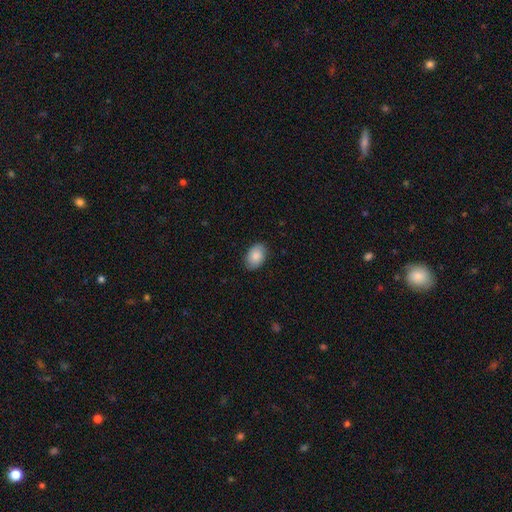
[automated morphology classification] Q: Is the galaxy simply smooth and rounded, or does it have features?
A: smooth — 84%.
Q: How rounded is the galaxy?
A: in between — 86%.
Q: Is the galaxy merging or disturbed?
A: none — 85%.